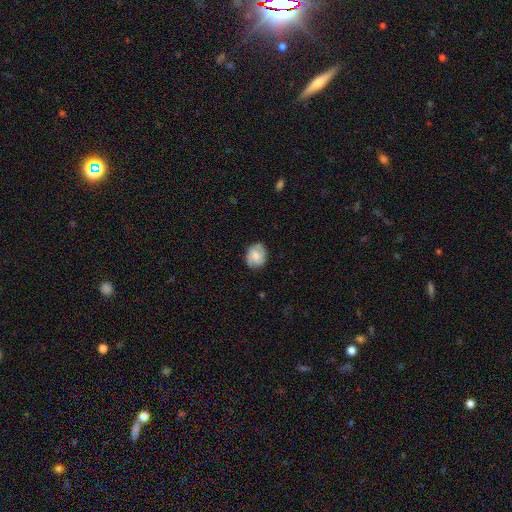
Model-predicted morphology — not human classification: Overall: smooth (55%; featured or disk 37%). How rounded: round (51%; in between 48%). Merging: none (77%).